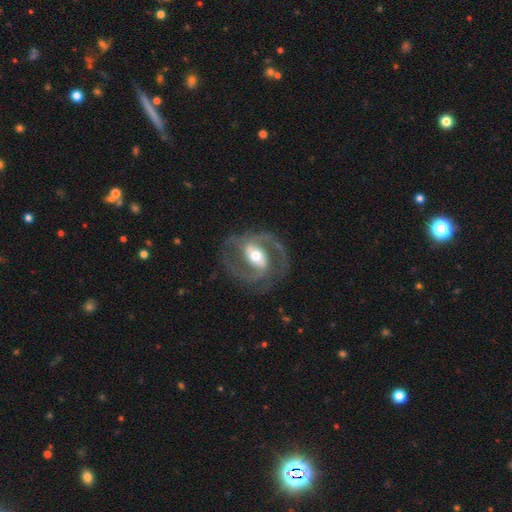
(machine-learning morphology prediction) Smooth or featured? featured or disk (87%)
Edge-on disk? no (96%)
Bar? strong (50%)
Spiral arms? yes (92%)
Spiral winding? medium (56%)
Spiral arm count? 2 (89%)
Bulge size? moderate (66%)
Merging? none (75%)